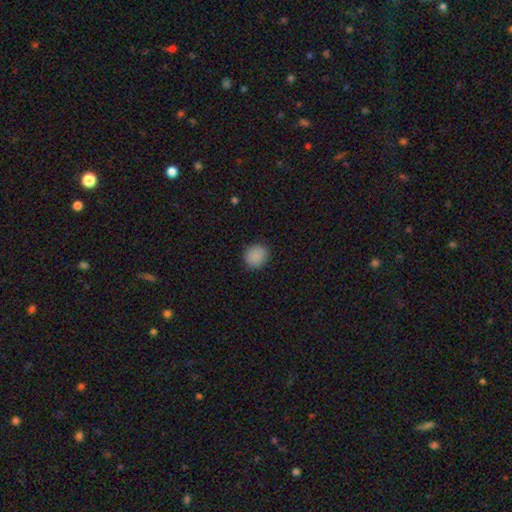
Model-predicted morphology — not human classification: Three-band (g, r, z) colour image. It shows a smooth galaxy with no disk features (88%) that is round (77%). Merging: none (87%).